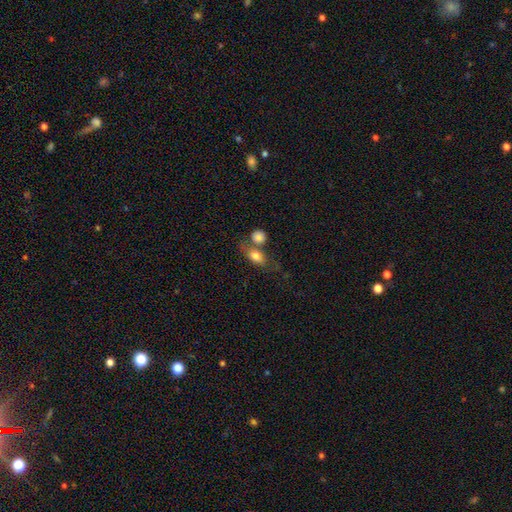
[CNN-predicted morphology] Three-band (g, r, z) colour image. It shows a smooth galaxy with no disk features (76%) that is in between round and cigar-shaped (73%). Merging: merger (40%, tied with none).